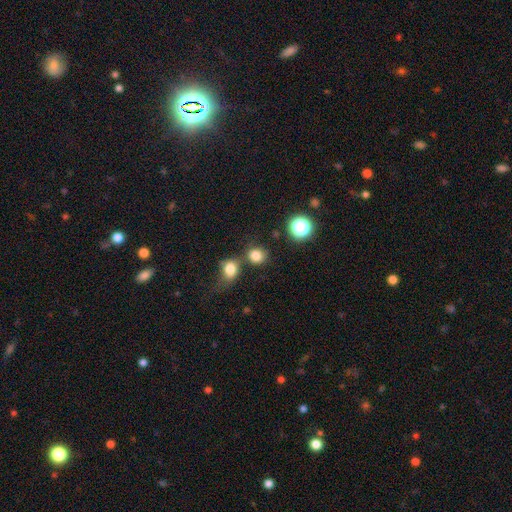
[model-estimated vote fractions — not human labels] smooth-or-featured: smooth: 80% | star or artifact: 14% | featured or disk: 6%
  how-rounded: round: 76% | in between: 23% | cigar-shaped: 1%
  merging: none: 63% | merger: 21% | minor disturbance: 11% | major disturbance: 5%